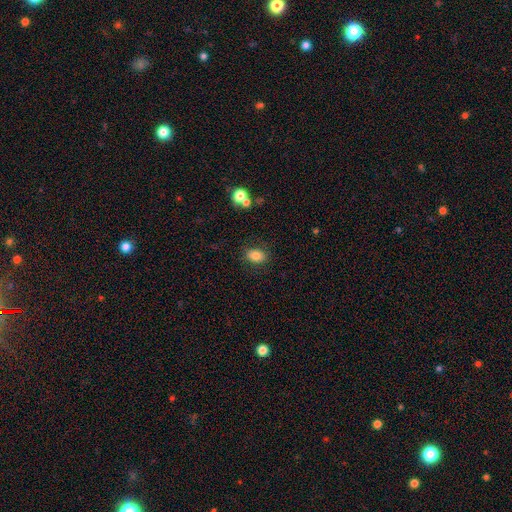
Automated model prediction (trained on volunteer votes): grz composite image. It shows a smooth galaxy with no disk features (81%) that is in between round and cigar-shaped (75%). Merging: none (83%).